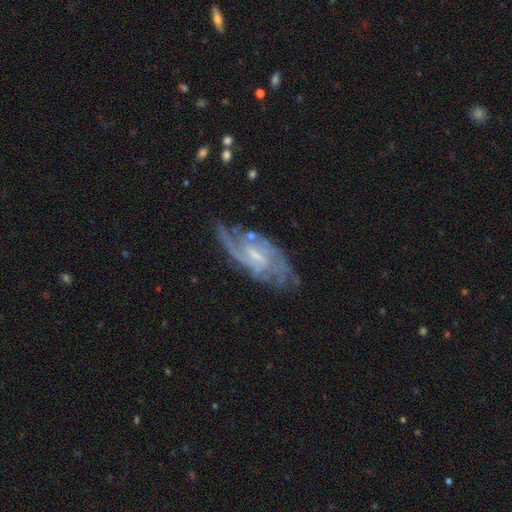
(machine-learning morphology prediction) This appears to be a featured or disk galaxy (85%) with a weak bar (56%), 2 (35%) medium (44%) spiral arms (94%) and a small central bulge (54%). Merging: none (64%).